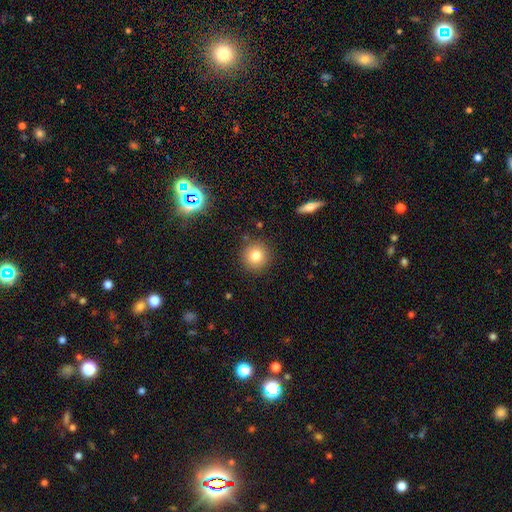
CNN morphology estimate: Smooth or featured? smooth (79%)
How rounded? round (93%)
Merging? none (89%)